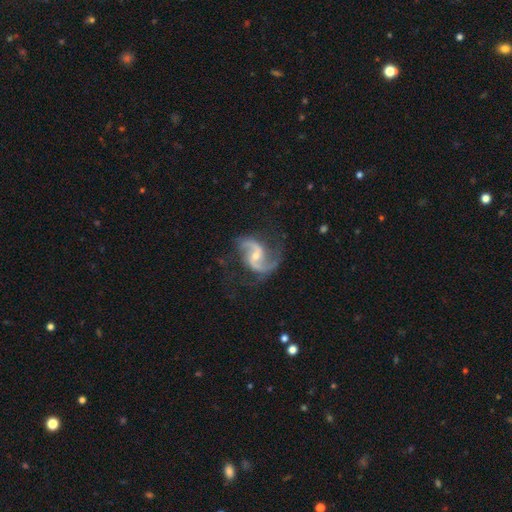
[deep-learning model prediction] This appears to be a featured or disk galaxy (91%) with no bar (43%), 2 (93%) loose (57%) spiral arms (98%) and a small central bulge (53%). Merging: none (72%).